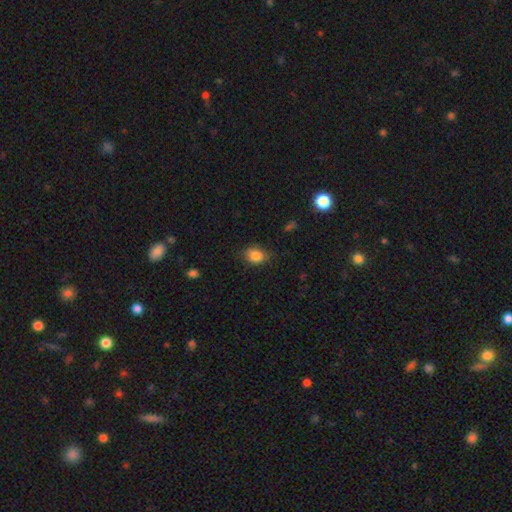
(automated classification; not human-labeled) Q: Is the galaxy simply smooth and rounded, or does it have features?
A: smooth — 84%.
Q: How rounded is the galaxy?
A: in between — 60%.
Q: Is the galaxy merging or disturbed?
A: none — 73%.